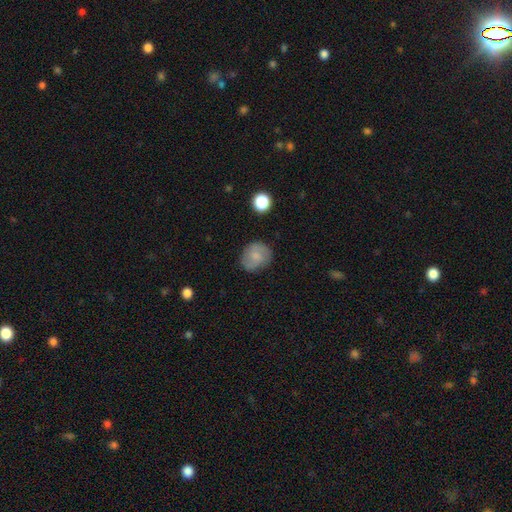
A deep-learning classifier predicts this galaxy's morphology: type=smooth (60%); roundness=round (69%); merging=none (77%).